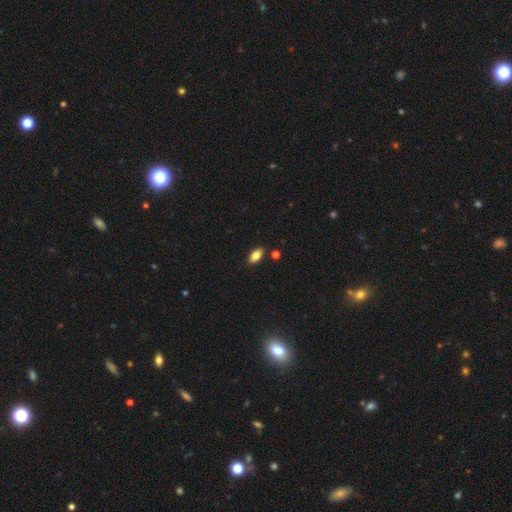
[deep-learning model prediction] This is clearly a smooth galaxy (81%). How rounded: clearly in between (91%). Merging: clearly none (86%).